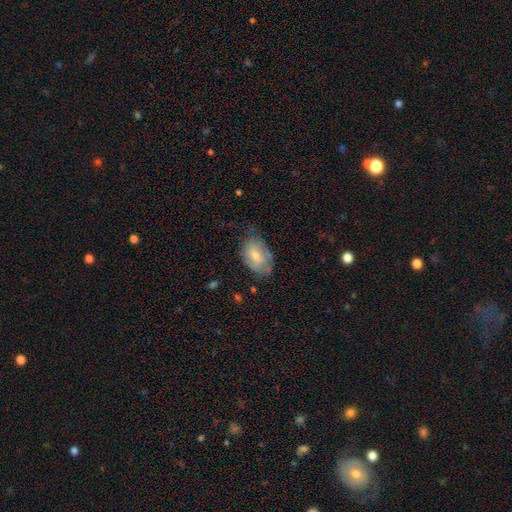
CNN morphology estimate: smooth 55%, featured or disk 39%, star or artifact 7%. Down the decision tree: how rounded — in between (87%); merging — none (53%).